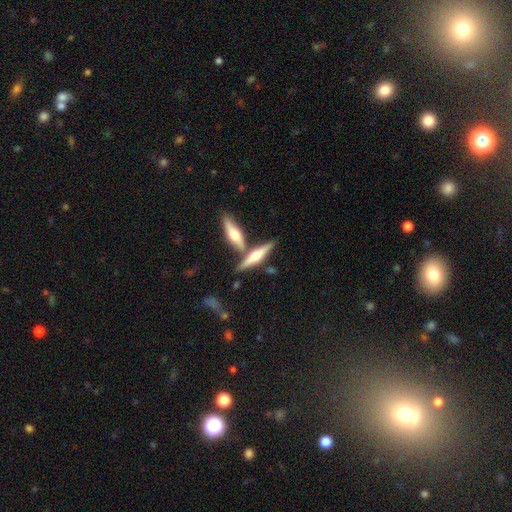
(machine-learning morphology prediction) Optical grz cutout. It shows a featured or disk galaxy (64%) viewed edge-on (96%) with a rounded central bulge (90%). Merging: none (62%).